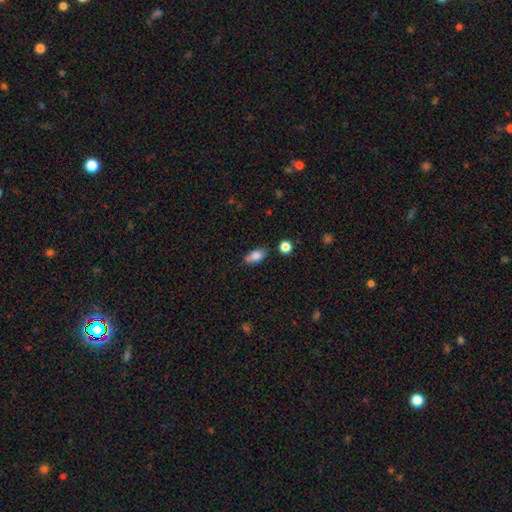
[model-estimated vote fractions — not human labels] smooth_or_featured: smooth (p=0.82) [alt: featured or disk p=0.10]
how_rounded: in between (p=0.86) [alt: cigar-shaped p=0.07]
merging: none (p=0.69) [alt: minor disturbance p=0.19]